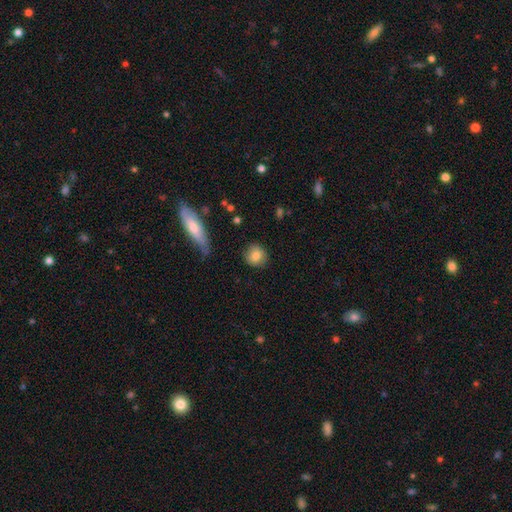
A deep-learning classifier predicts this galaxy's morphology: smooth_or_featured: smooth (p=0.82) [alt: featured or disk p=0.10]
how_rounded: round (p=0.88) [alt: in between p=0.11]
merging: none (p=0.83) [alt: minor disturbance p=0.12]